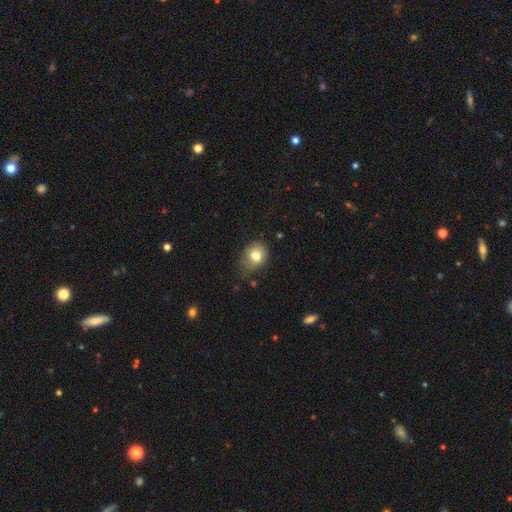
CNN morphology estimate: Overall: smooth (77%). How rounded: round (55%; in between 44%). Merging: none (51%; minor disturbance 36%).